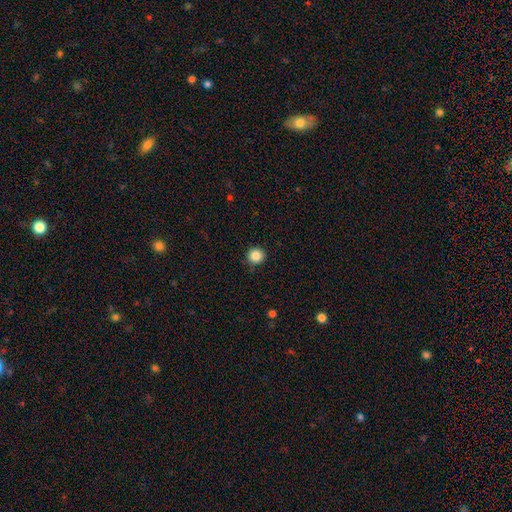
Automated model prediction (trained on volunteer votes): Smooth or featured: smooth — 86% (star or artifact — 10%)
How rounded: round — 95% (in between — 4%)
Merging: none — 91% (minor disturbance — 6%)